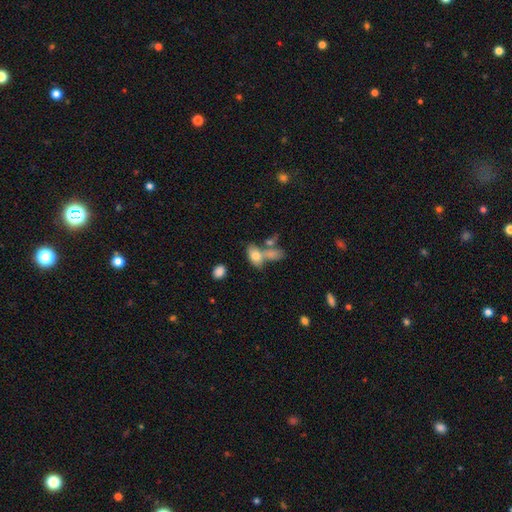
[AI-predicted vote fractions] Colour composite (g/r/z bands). It shows a smooth galaxy with no disk features (75%) that is in between round and cigar-shaped (87%). Merging: merger (40%).